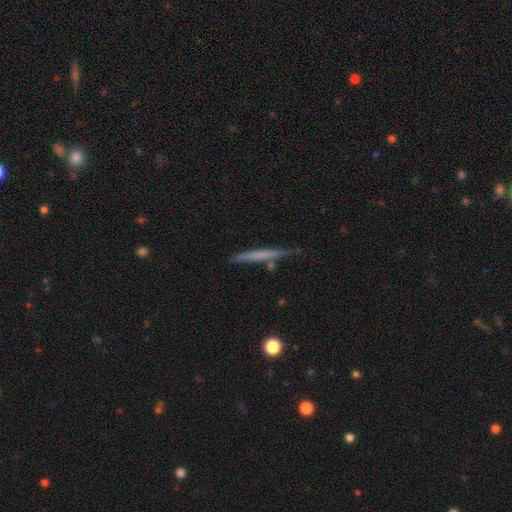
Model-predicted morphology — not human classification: Overall: smooth (52%; featured or disk 41%). How rounded: cigar-shaped (95%). Merging: none (79%).